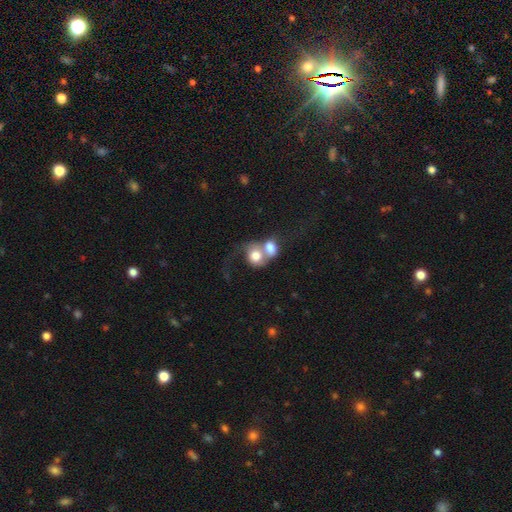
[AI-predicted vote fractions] smooth 68%, featured or disk 24%, star or artifact 8%. Down the decision tree: how rounded — round (62%); merging — merger (79%).